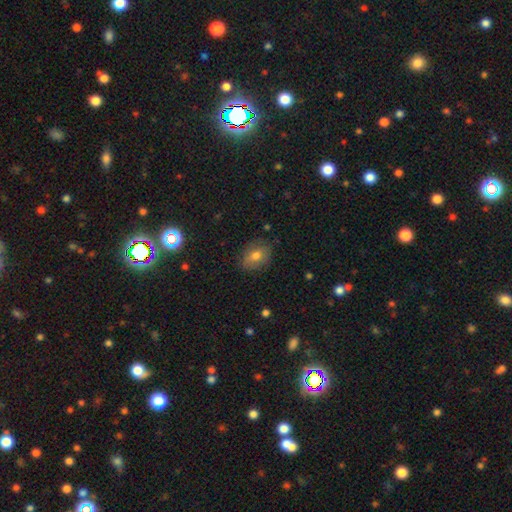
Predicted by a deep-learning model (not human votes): smooth_or_featured: smooth (p=0.72) [alt: featured or disk p=0.17]
how_rounded: in between (p=0.66) [alt: round p=0.33]
merging: none (p=0.80) [alt: minor disturbance p=0.15]